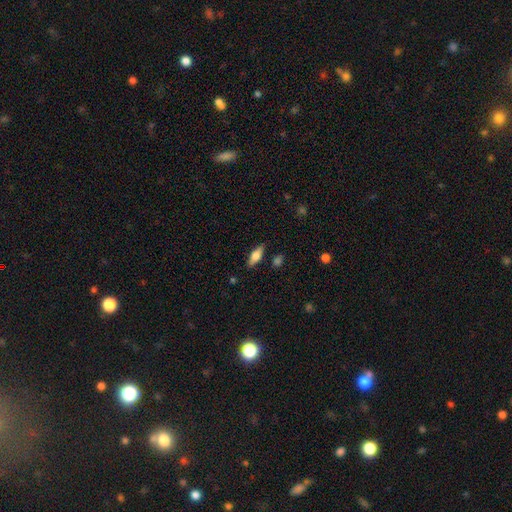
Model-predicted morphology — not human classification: smooth 60%, featured or disk 33%, star or artifact 7%. Down the decision tree: how rounded — in between (66%); merging — none (84%).